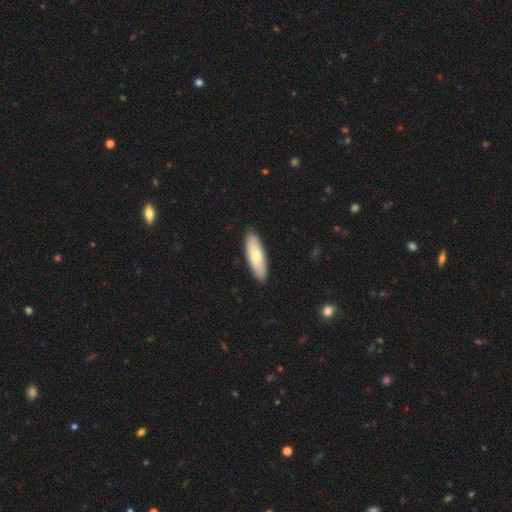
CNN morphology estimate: smooth-or-featured: smooth: 71% | featured or disk: 24% | star or artifact: 5%
  how-rounded: in between: 58% | cigar-shaped: 40% | round: 2%
  merging: none: 88% | minor disturbance: 9% | major disturbance: 2% | merger: 1%